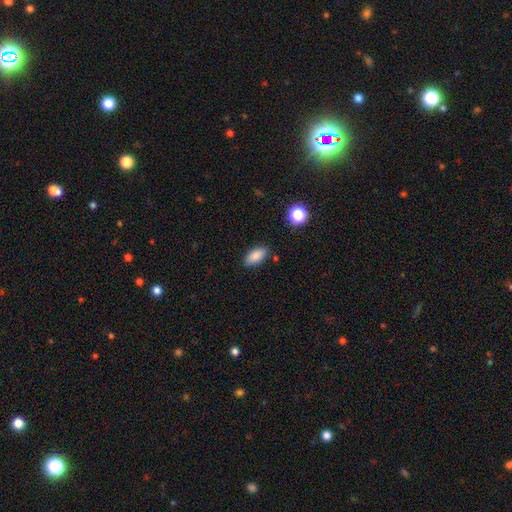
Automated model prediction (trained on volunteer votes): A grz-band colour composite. It shows a smooth galaxy with no disk features (86%) that is in between round and cigar-shaped (90%). Merging: none (83%).